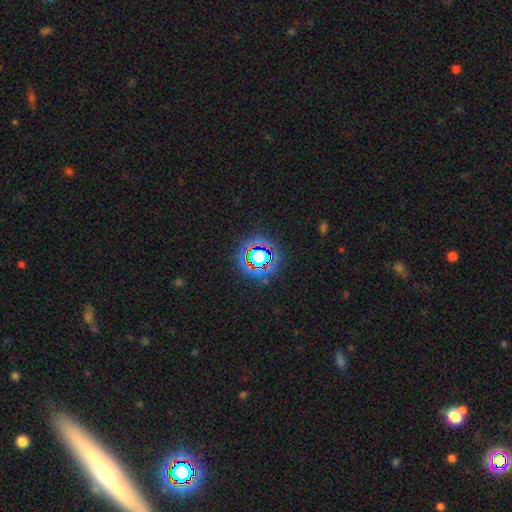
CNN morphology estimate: The model was most divided on "smooth or featured": star or artifact: 67%, smooth: 22%, featured or disk: 12%.